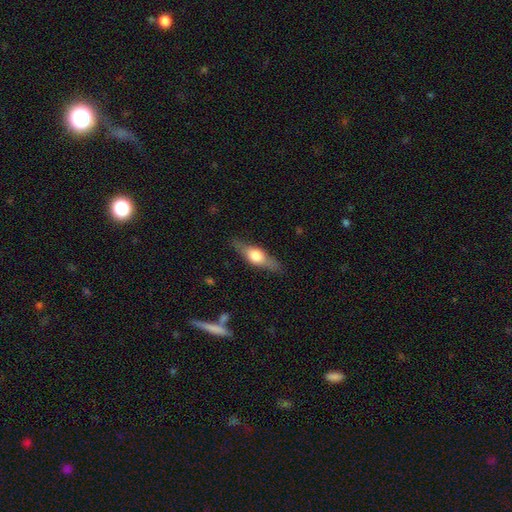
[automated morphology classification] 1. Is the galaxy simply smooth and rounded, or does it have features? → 52% featured or disk, 42% smooth, 6% star or artifact.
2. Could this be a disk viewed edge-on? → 91% yes, 9% no.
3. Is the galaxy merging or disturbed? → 83% none, 12% minor disturbance, 3% major disturbance, 1% merger.